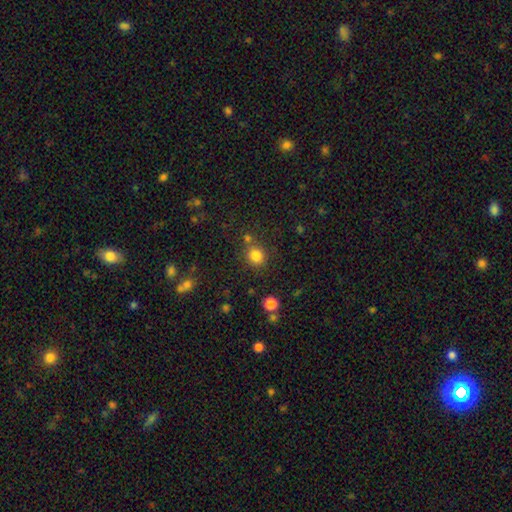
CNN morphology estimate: smooth_or_featured: smooth (p=0.82) [alt: star or artifact p=0.13]
how_rounded: round (p=0.78) [alt: in between p=0.21]
merging: none (p=0.74) [alt: minor disturbance p=0.11]